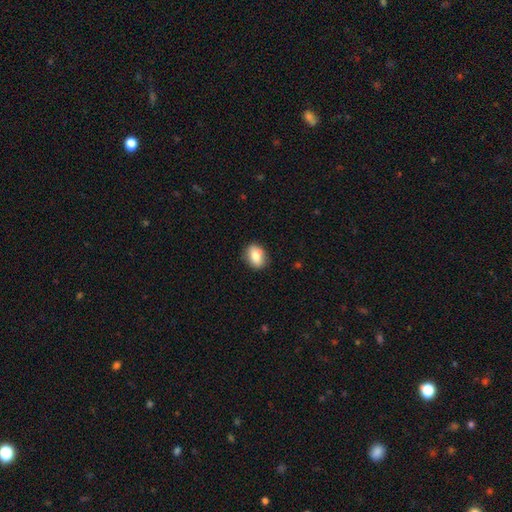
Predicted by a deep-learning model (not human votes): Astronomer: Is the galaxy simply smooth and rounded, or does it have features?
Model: smooth — 79%.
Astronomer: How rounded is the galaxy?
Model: in between — 66%.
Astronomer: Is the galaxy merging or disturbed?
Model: none — 81%.